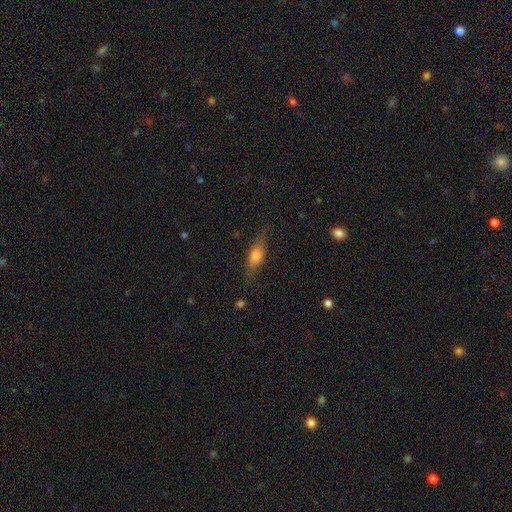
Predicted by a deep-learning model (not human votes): Q: Smooth or featured?
A: smooth (60%); runner-up: featured or disk (32%)
Q: How rounded?
A: in between (51%); runner-up: cigar-shaped (45%)
Q: Merging?
A: none (76%); runner-up: minor disturbance (17%)